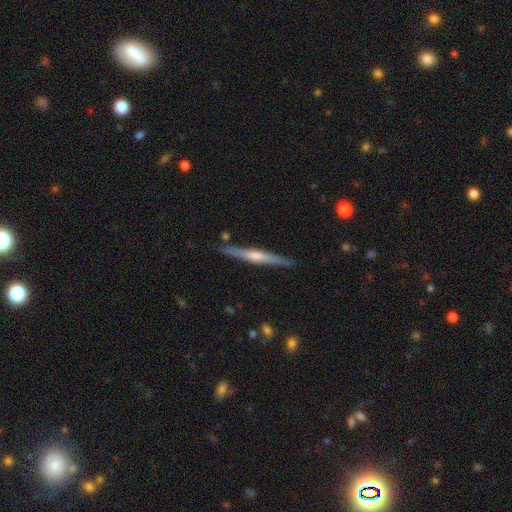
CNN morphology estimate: This is likely a featured or disk galaxy (77%). It is clearly viewed edge-on (98%). Edge-on bulge: likely rounded (79%). Merging: clearly none (89%).